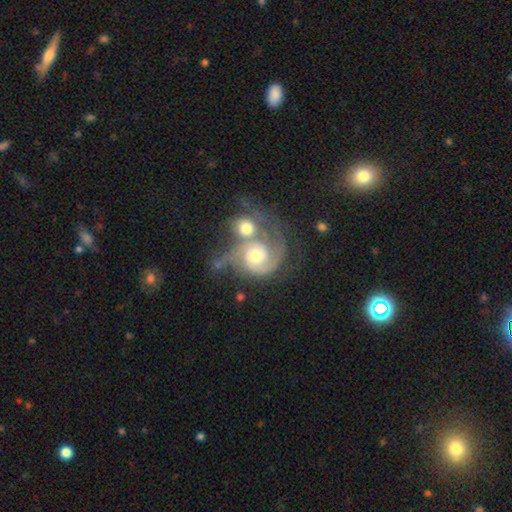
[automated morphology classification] A featured or disk galaxy (85%) with no bar (71%), 2 (77%) medium (45%) spiral arms (96%) and a moderate central bulge (63%). Merging: merger (54%).